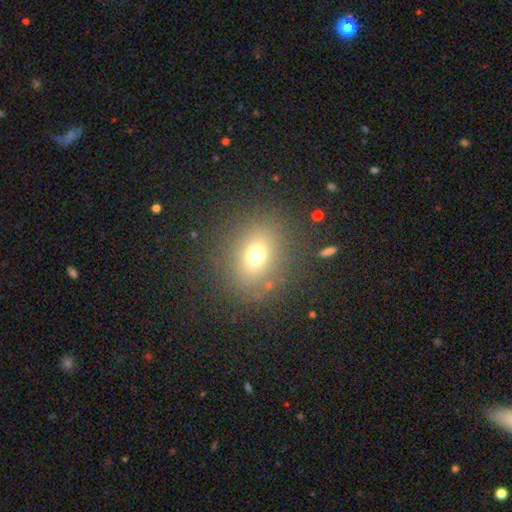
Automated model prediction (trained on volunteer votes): A smooth galaxy with no disk features (68%) that is round (62%). Merging: none (83%).